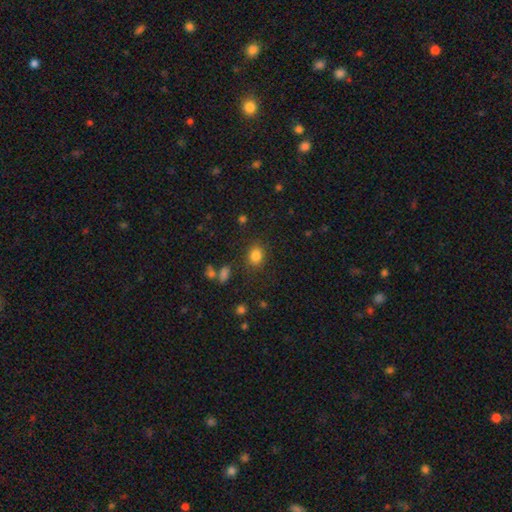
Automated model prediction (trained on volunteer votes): Overall: smooth (83%). How rounded: round (52%; in between 47%). Merging: none (82%).